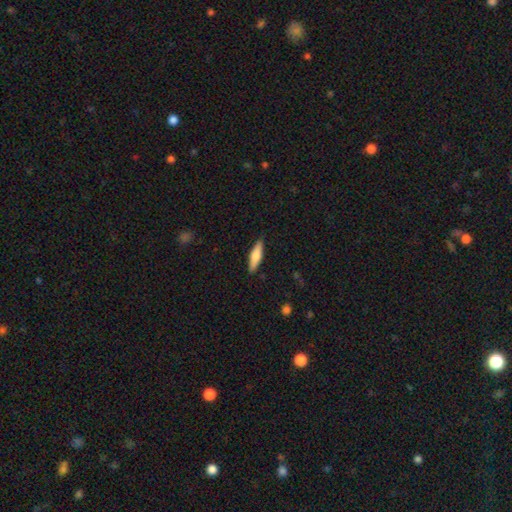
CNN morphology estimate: The model was most divided on "smooth or featured": smooth: 63%, featured or disk: 32%, star or artifact: 6%. More confident: merging — none (88%); how rounded — cigar-shaped (66%).